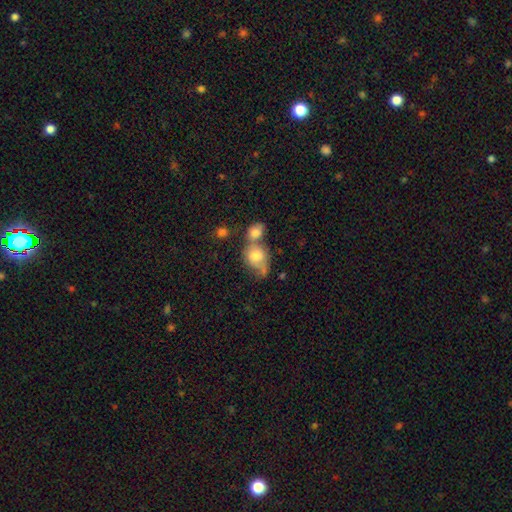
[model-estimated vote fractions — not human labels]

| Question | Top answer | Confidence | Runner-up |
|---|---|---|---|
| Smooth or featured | smooth | 74% | featured or disk (17%) |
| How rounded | round | 52% | in between (47%) |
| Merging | merger | 54% | none (25%) |